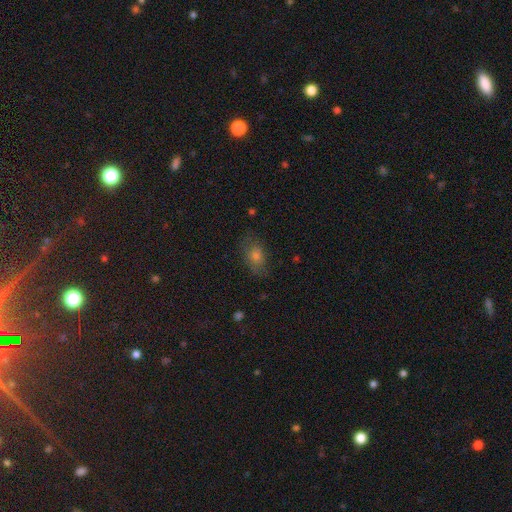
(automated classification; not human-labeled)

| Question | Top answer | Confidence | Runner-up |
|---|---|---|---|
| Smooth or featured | smooth | 60% | featured or disk (21%) |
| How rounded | in between | 78% | round (18%) |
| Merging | none | 74% | minor disturbance (19%) |